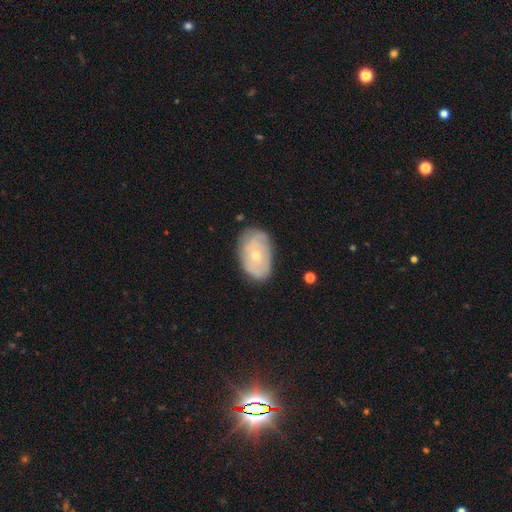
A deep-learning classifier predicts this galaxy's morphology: smooth_or_featured: featured or disk (p=0.57) [alt: smooth p=0.36]
disk_edge_on: no (p=0.94) [alt: yes p=0.06]
bar: no (p=0.83) [alt: weak p=0.14]
has_spiral_arms: yes (p=0.65) [alt: no p=0.35]
bulge_size: small (p=0.59) [alt: moderate p=0.38]
merging: none (p=0.75) [alt: minor disturbance p=0.19]